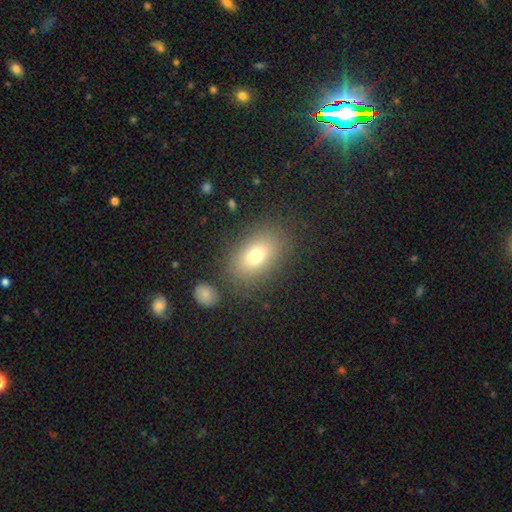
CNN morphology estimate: Smooth or featured? smooth (74%)
How rounded? in between (80%)
Merging? none (82%)